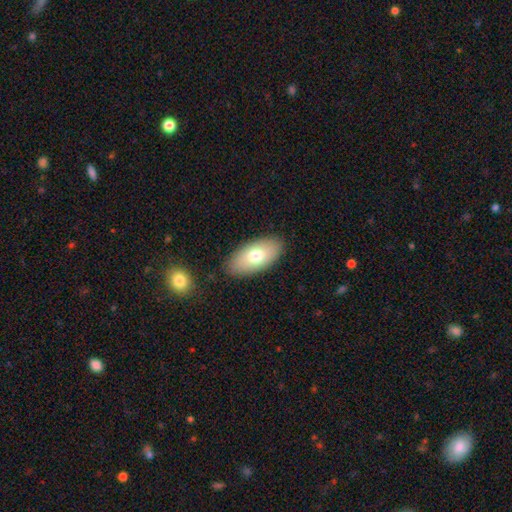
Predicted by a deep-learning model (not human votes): A smooth galaxy with no disk features (72%) that is in between round and cigar-shaped (92%).

Vote fractions:
- Smooth or featured? smooth: 72% / featured or disk: 21% / star or artifact: 7%
- How rounded? in between: 92% / cigar-shaped: 5% / round: 3%
- Merging? none: 86% / minor disturbance: 10% / major disturbance: 3% / merger: 1%